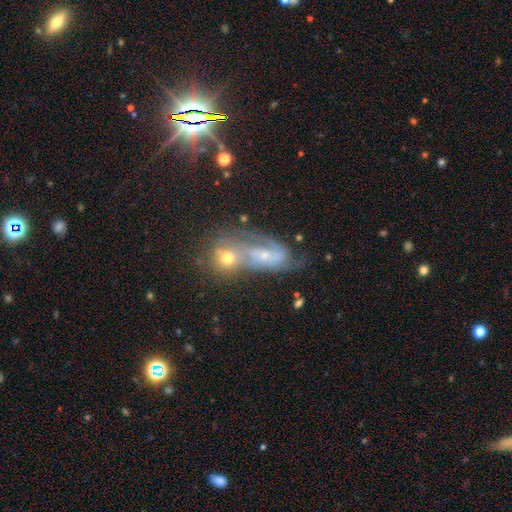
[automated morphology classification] The model was most divided on "smooth or featured": featured or disk: 52%, star or artifact: 26%, smooth: 22%. More confident: edge-on disk — no (88%); merging — merger (58%).